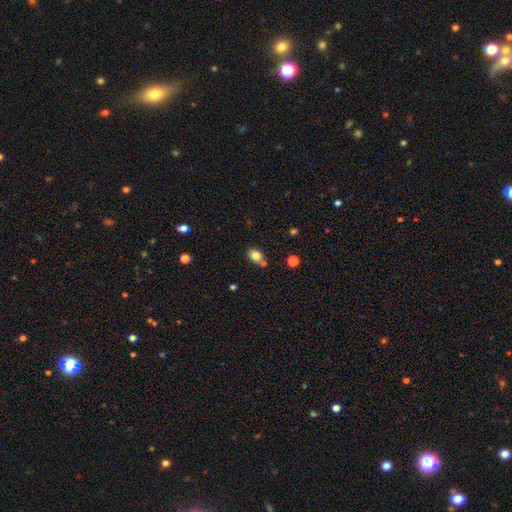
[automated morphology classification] Smooth or featured? Predicted: smooth (p=0.80). How rounded? Predicted: in between (p=0.54). Merging? Predicted: none (p=0.65).